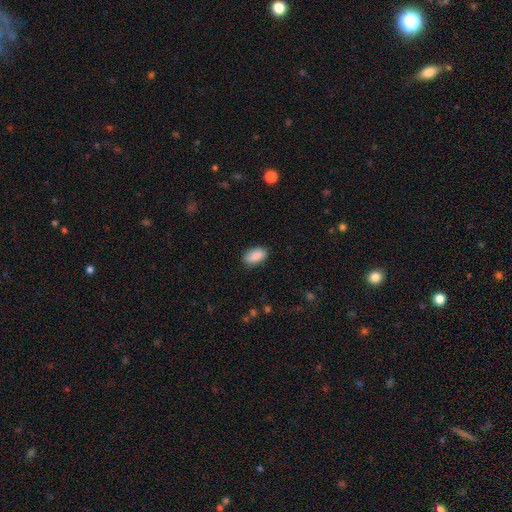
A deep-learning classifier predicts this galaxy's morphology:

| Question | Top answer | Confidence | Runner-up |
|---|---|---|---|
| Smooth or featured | smooth | 89% | star or artifact (7%) |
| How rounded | in between | 93% | round (4%) |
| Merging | none | 84% | minor disturbance (12%) |